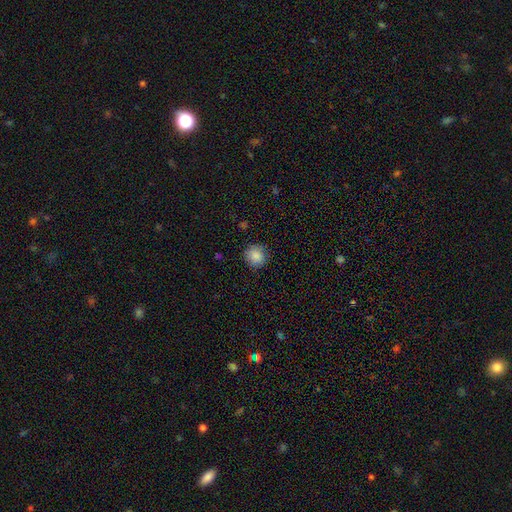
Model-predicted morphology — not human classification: Smooth or featured? smooth (87%)
How rounded? round (89%)
Merging? none (87%)